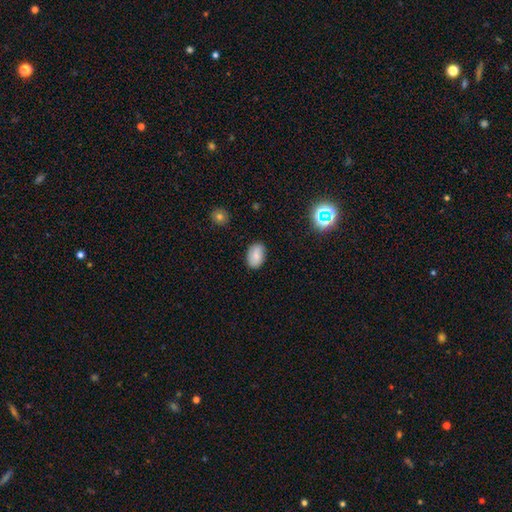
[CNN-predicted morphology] This appears to be a smooth galaxy with no disk features (78%) that is in between round and cigar-shaped (87%). Merging: none (81%).